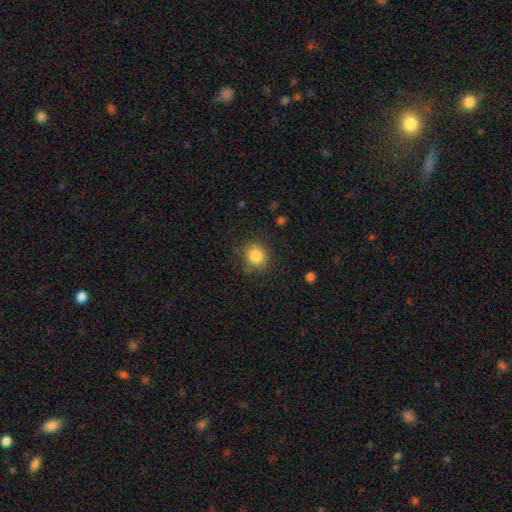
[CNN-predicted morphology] This is clearly a smooth galaxy (84%). How rounded: likely round (78%). Merging: clearly none (83%).